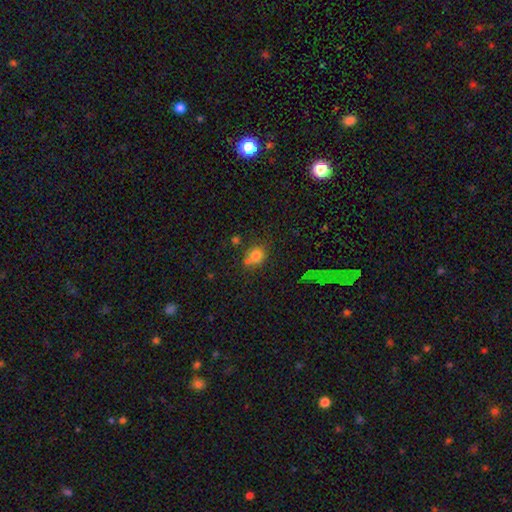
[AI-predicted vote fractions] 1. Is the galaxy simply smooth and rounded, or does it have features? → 79% smooth, 12% star or artifact, 9% featured or disk.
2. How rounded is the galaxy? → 71% round, 28% in between, 1% cigar-shaped.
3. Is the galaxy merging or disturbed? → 55% none, 22% merger, 17% minor disturbance, 7% major disturbance.